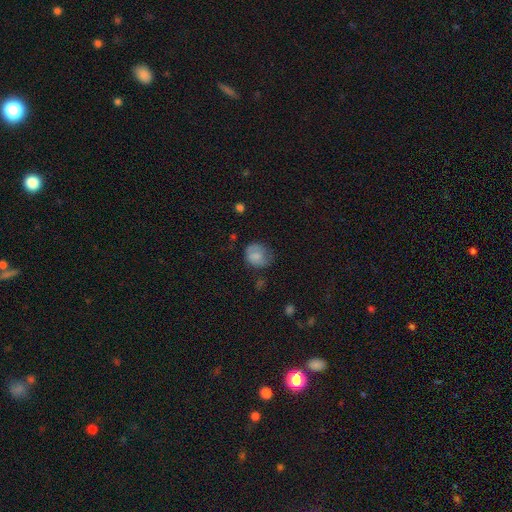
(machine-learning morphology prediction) A smooth galaxy with no disk features (75%) that is round (71%).

Vote fractions:
- Smooth or featured? smooth: 75% / featured or disk: 16% / star or artifact: 9%
- How rounded? round: 71% / in between: 28% / cigar-shaped: 1%
- Merging? none: 55% / minor disturbance: 31% / major disturbance: 13% / merger: 2%